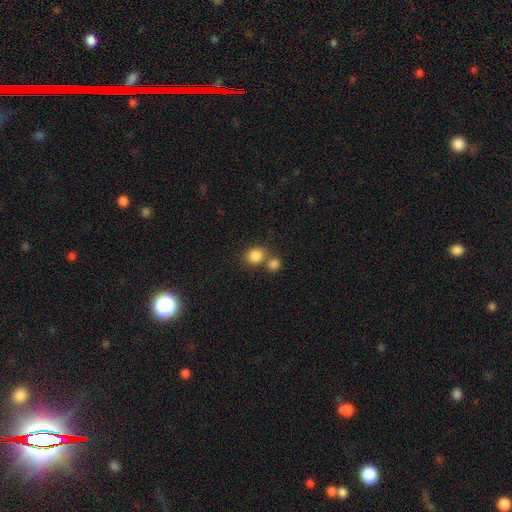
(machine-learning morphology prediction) Overall: smooth (85%). How rounded: round (72%). Merging: none (55%; merger 34%).